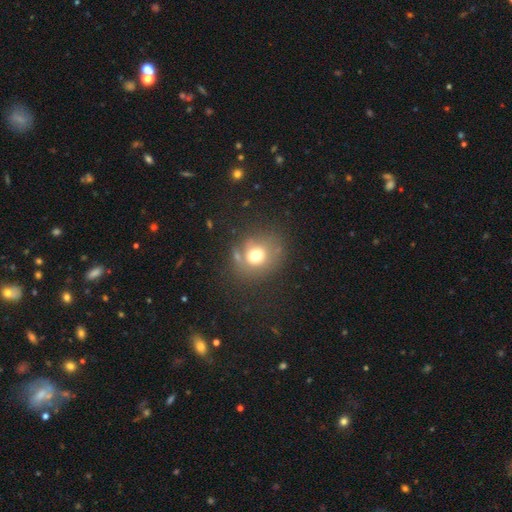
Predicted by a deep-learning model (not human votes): Smooth or featured? Predicted: smooth (p=0.69). How rounded? Predicted: round (p=0.78). Merging? Predicted: none (p=0.63).